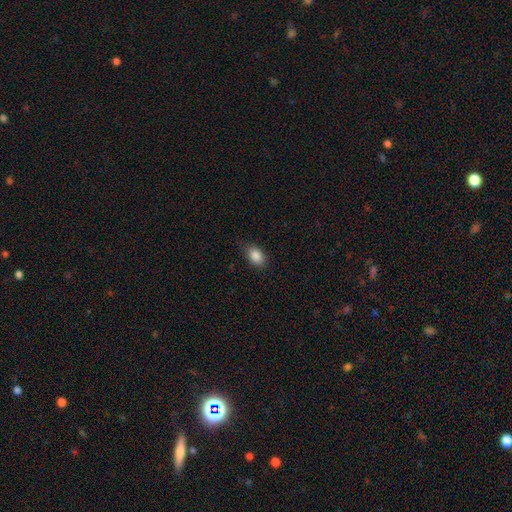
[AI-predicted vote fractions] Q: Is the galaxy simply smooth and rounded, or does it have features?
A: smooth — 87%.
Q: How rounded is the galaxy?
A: in between — 82%.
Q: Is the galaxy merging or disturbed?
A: none — 77%.